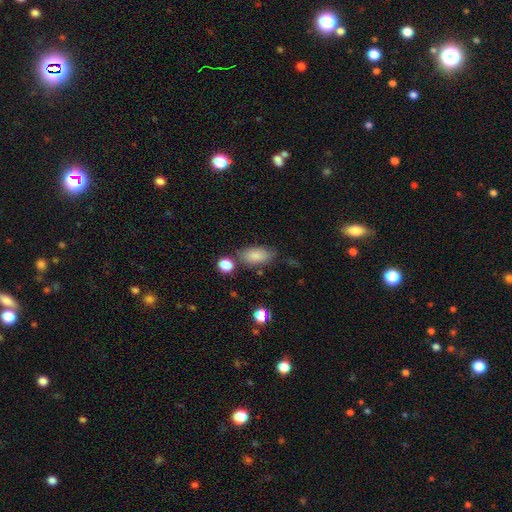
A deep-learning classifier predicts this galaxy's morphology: Overall: smooth (84%). How rounded: in between (90%). Merging: none (67%).